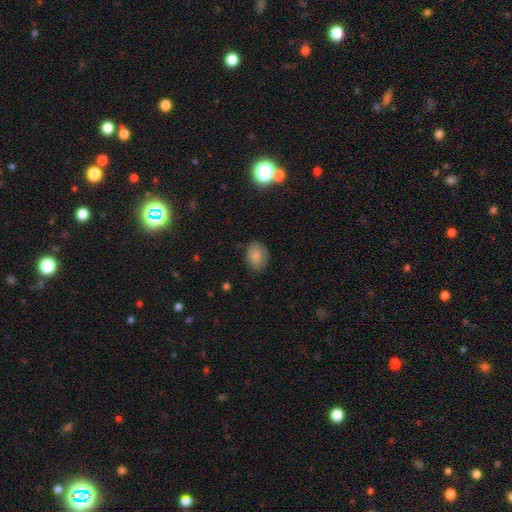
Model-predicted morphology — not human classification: This is clearly a smooth galaxy (83%). How rounded: likely in between (70%). Merging: likely none (79%).